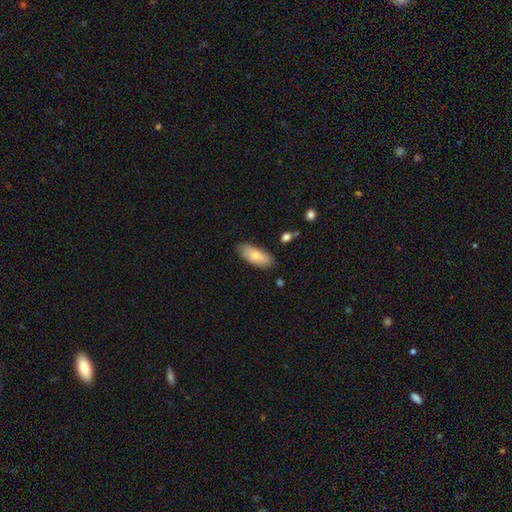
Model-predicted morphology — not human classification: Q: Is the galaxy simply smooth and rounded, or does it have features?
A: smooth — 79%.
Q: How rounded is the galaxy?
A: in between — 83%.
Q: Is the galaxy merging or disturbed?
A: none — 82%.